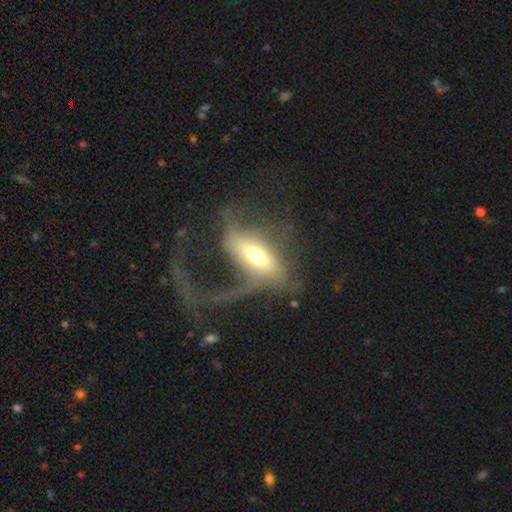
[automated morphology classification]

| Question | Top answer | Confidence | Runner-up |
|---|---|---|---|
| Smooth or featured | featured or disk | 57% | smooth (36%) |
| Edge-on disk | no | 83% | yes (17%) |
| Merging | major disturbance | 64% | none (19%) |